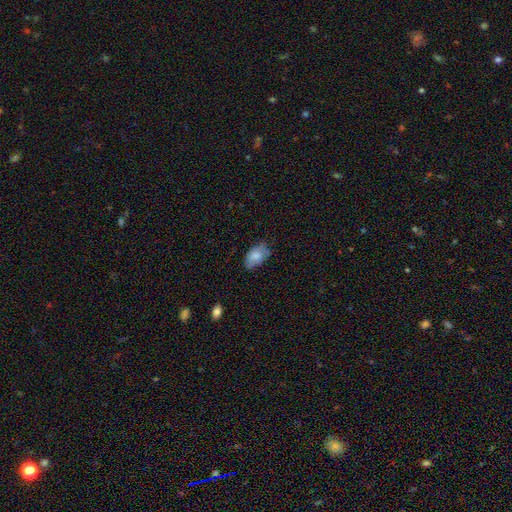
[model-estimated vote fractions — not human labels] This is likely a smooth galaxy (75%). How rounded: clearly in between (92%). Merging: possibly none (56%).